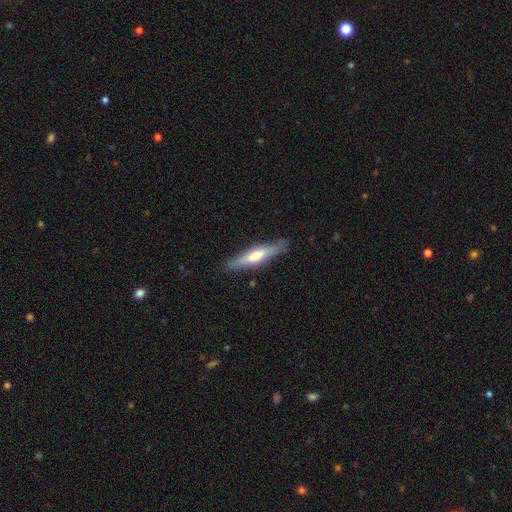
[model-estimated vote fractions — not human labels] Smooth or featured?
  - featured or disk: 51% *
  - smooth: 44%
  - star or artifact: 6%
Edge-on disk?
  - yes: 91% *
  - no: 9%
Merging?
  - none: 85% *
  - minor disturbance: 12%
  - major disturbance: 2%
  - merger: 1%